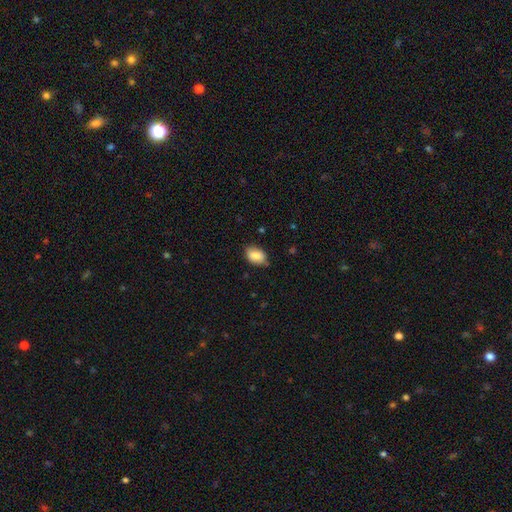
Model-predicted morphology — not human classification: Smooth or featured? smooth (85%)
How rounded? in between (83%)
Merging? none (77%)